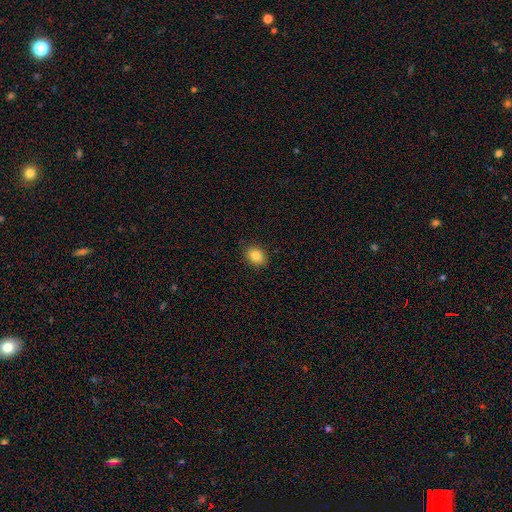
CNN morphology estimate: Smooth or featured: smooth — 86% (star or artifact — 9%)
How rounded: in between — 65% (round — 34%)
Merging: none — 87% (minor disturbance — 10%)